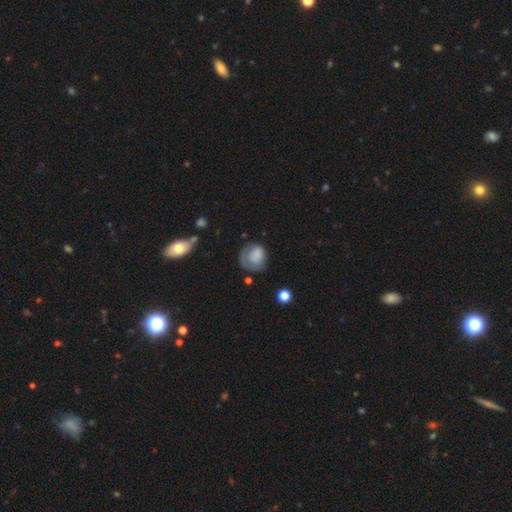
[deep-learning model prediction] Smooth or featured? Predicted: smooth (p=0.70). How rounded? Predicted: round (p=0.70). Merging? Predicted: none (p=0.44).